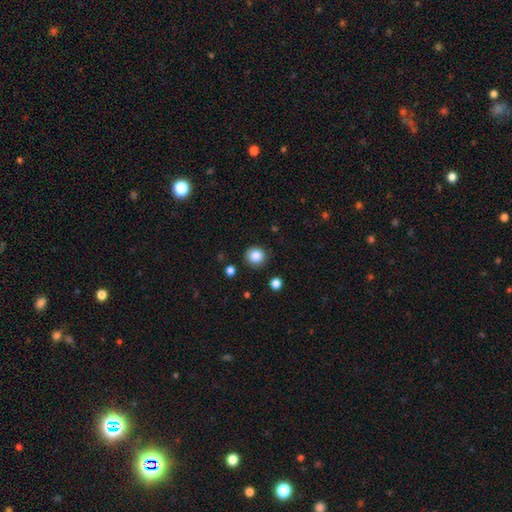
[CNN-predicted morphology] Smooth or featured?
  - smooth: 85% *
  - star or artifact: 10%
  - featured or disk: 5%
How rounded?
  - round: 91% *
  - in between: 8%
  - cigar-shaped: 1%
Merging?
  - none: 86% *
  - minor disturbance: 9%
  - major disturbance: 2%
  - merger: 2%